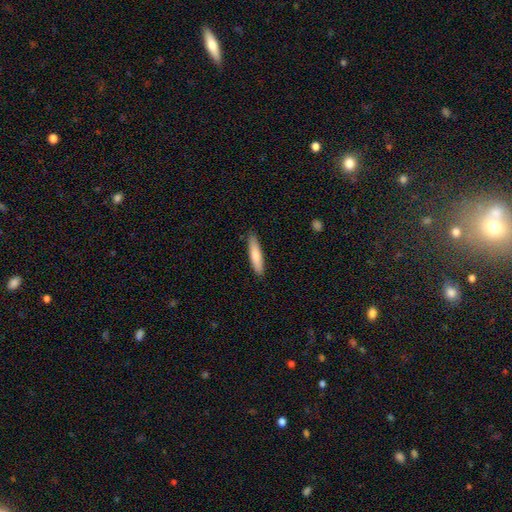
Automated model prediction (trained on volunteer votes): Smooth or featured? smooth (78%)
How rounded? cigar-shaped (83%)
Merging? none (88%)